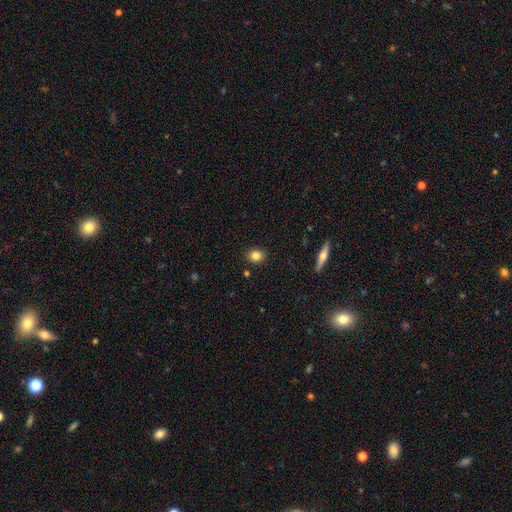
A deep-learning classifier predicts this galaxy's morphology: Q: Smooth or featured?
A: smooth (83%); runner-up: star or artifact (9%)
Q: How rounded?
A: round (66%); runner-up: in between (33%)
Q: Merging?
A: none (89%); runner-up: minor disturbance (7%)